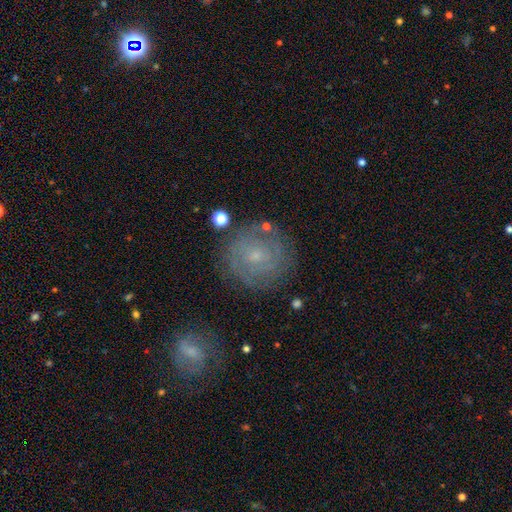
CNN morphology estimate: smooth_or_featured: featured or disk (p=0.58) [alt: smooth p=0.30]
disk_edge_on: no (p=0.97) [alt: yes p=0.03]
bar: no (p=0.70) [alt: weak p=0.25]
has_spiral_arms: yes (p=0.79) [alt: no p=0.21]
bulge_size: small (p=0.77) [alt: moderate p=0.16]
merging: none (p=0.80) [alt: minor disturbance p=0.13]